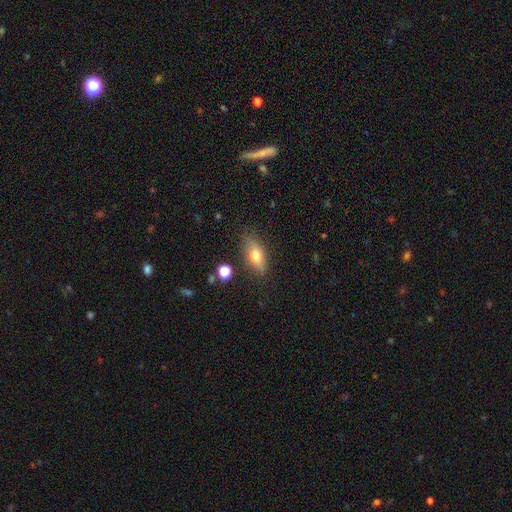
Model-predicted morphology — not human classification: The model was most divided on "smooth or featured": smooth: 67%, featured or disk: 24%, star or artifact: 9%. More confident: merging — none (78%); how rounded — in between (78%).